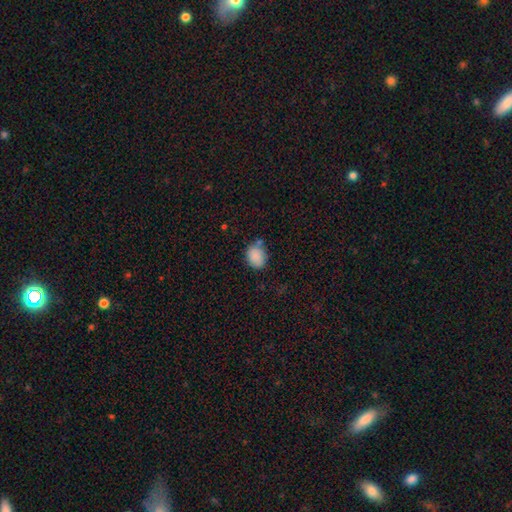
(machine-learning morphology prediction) A smooth galaxy with no disk features (87%) that is in between round and cigar-shaped (64%).

Vote fractions:
- Smooth or featured? smooth: 87% / star or artifact: 8% / featured or disk: 5%
- How rounded? in between: 64% / round: 35% / cigar-shaped: 1%
- Merging? none: 68% / minor disturbance: 19% / merger: 8% / major disturbance: 5%